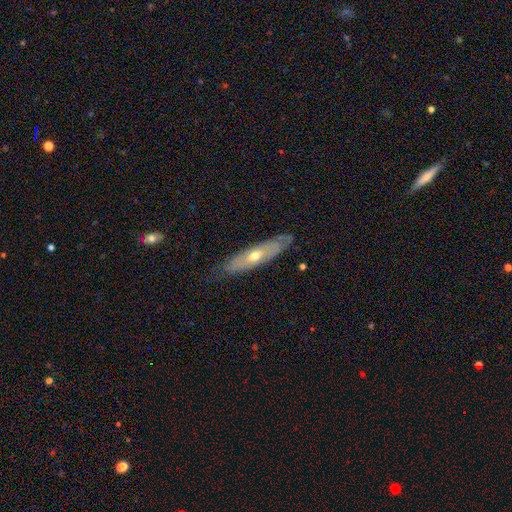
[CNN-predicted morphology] Smooth or featured: featured or disk — 62% (smooth — 31%)
Edge-on disk: yes — 51% (no — 49%)
Merging: none — 76% (minor disturbance — 19%)